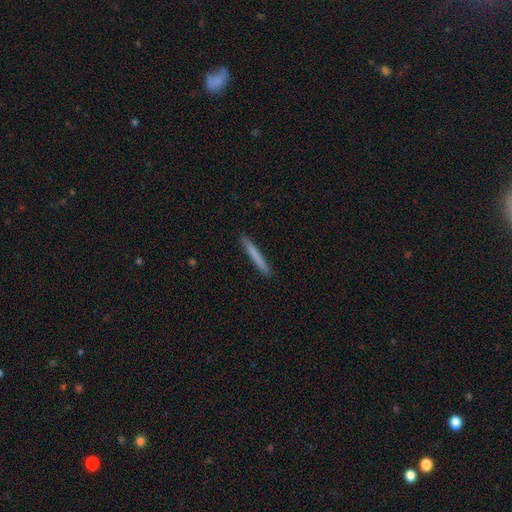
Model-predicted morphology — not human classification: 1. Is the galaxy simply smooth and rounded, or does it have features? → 73% smooth, 22% featured or disk, 6% star or artifact.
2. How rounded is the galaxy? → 97% cigar-shaped, 2% in between, 1% round.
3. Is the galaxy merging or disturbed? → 91% none, 6% minor disturbance, 1% major disturbance, 1% merger.